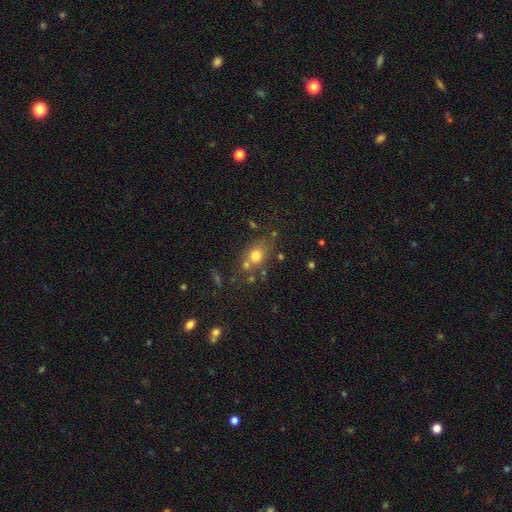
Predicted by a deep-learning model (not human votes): A smooth galaxy with no disk features (72%) that is round (53%).

Vote fractions:
- Smooth or featured? smooth: 72% / featured or disk: 14% / star or artifact: 14%
- How rounded? round: 53% / in between: 45% / cigar-shaped: 2%
- Merging? none: 60% / merger: 17% / minor disturbance: 16% / major disturbance: 7%